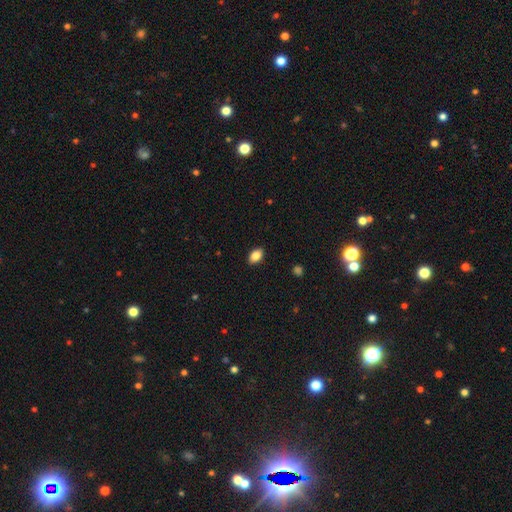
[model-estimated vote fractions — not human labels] Smooth or featured: smooth — 87% (star or artifact — 8%)
How rounded: in between — 88% (round — 10%)
Merging: none — 89% (minor disturbance — 8%)